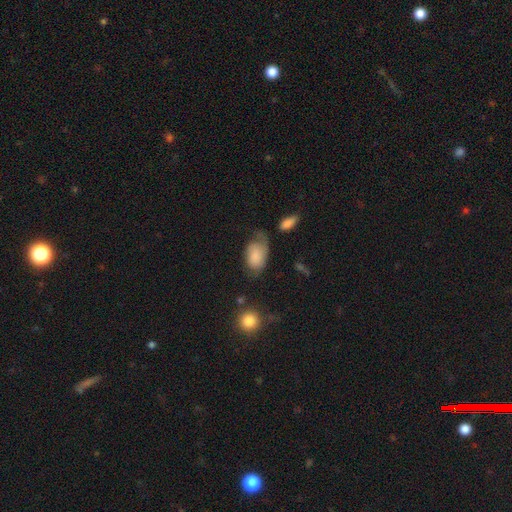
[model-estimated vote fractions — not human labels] Smooth or featured?
  - smooth: 74% *
  - featured or disk: 19%
  - star or artifact: 7%
How rounded?
  - in between: 91% *
  - round: 7%
  - cigar-shaped: 2%
Merging?
  - none: 36% *
  - minor disturbance: 34%
  - major disturbance: 26%
  - merger: 4%